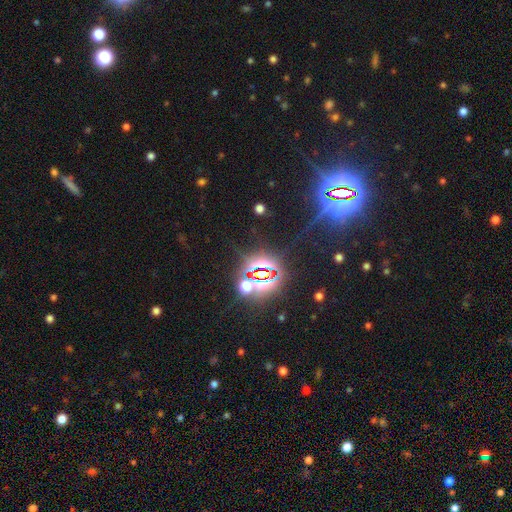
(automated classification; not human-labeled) Morphology: type=star or artifact (85%).